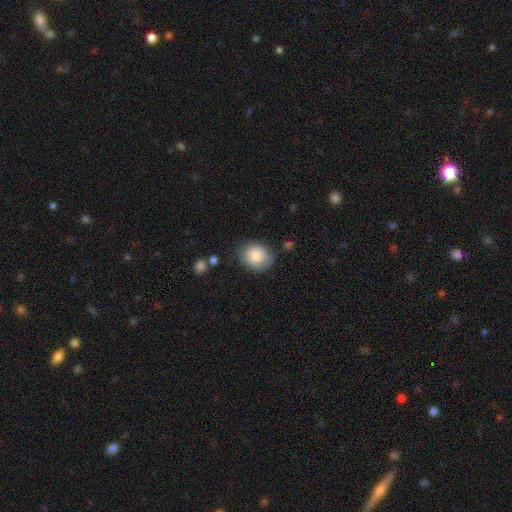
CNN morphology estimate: This is clearly a smooth galaxy (81%). How rounded: likely round (67%). Merging: likely none (73%).